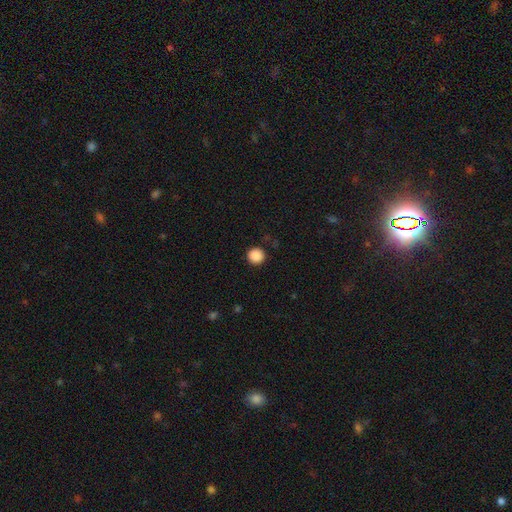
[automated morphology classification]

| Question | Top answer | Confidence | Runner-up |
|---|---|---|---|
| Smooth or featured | smooth | 88% | star or artifact (9%) |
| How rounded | round | 95% | in between (4%) |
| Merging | none | 91% | minor disturbance (6%) |